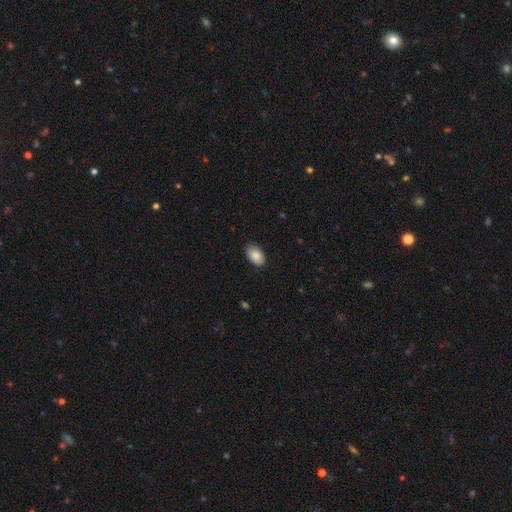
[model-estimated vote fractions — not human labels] Smooth or featured? Predicted: smooth (p=0.86). How rounded? Predicted: in between (p=0.93). Merging? Predicted: none (p=0.83).